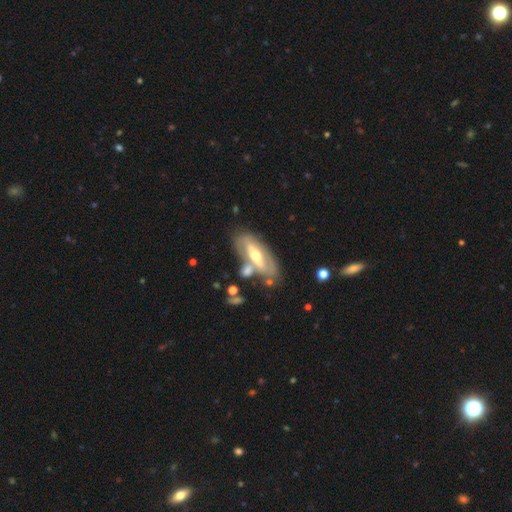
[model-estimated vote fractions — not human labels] A featured or disk galaxy (67%). Merging: none (61%).